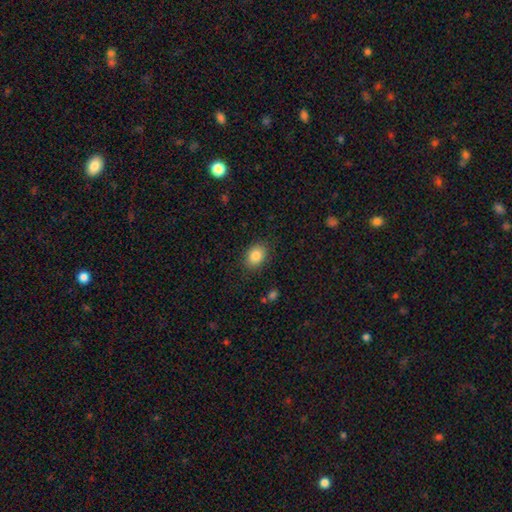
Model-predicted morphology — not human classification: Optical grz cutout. It shows a smooth galaxy with no disk features (85%) that is in between round and cigar-shaped (68%). Merging: none (85%).